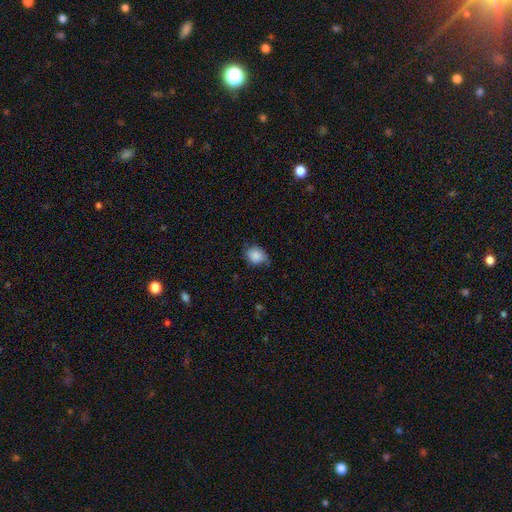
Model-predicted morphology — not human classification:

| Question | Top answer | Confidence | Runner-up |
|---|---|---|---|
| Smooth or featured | smooth | 86% | star or artifact (8%) |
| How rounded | in between | 51% | round (48%) |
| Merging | none | 59% | minor disturbance (33%) |